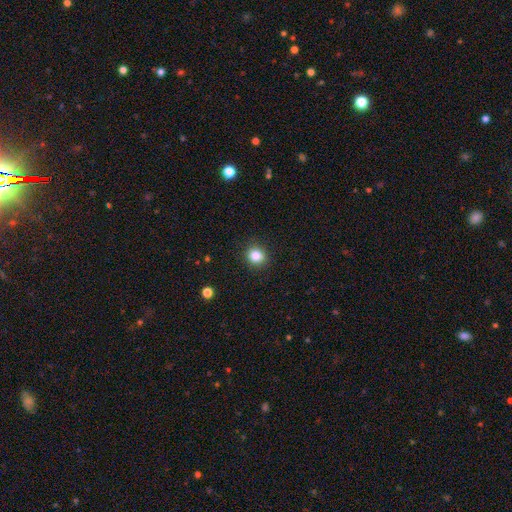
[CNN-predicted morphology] smooth-or-featured: smooth: 84% | star or artifact: 11% | featured or disk: 5%
  how-rounded: round: 82% | in between: 18% | cigar-shaped: 1%
  merging: none: 89% | minor disturbance: 7% | major disturbance: 2% | merger: 1%